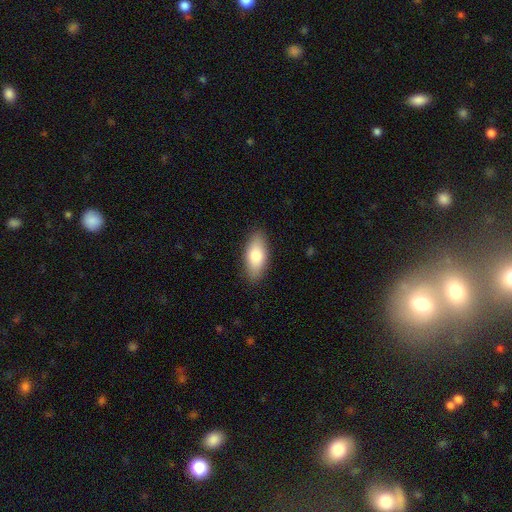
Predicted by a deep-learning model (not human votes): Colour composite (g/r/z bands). It shows a smooth galaxy with no disk features (80%) that is in between round and cigar-shaped (84%). Merging: none (88%).